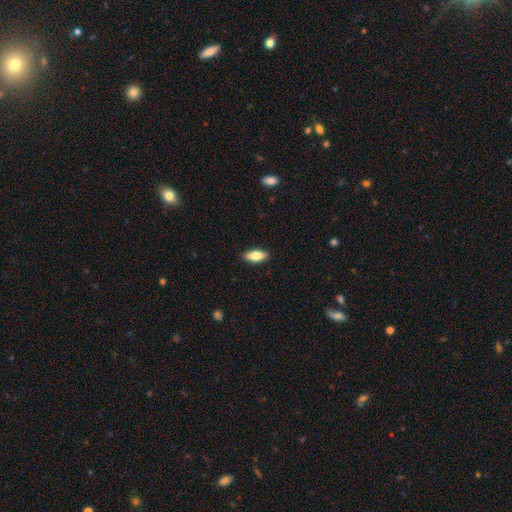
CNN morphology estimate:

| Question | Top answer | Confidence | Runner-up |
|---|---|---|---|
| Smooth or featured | smooth | 77% | featured or disk (17%) |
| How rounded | in between | 82% | cigar-shaped (15%) |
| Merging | none | 90% | minor disturbance (8%) |